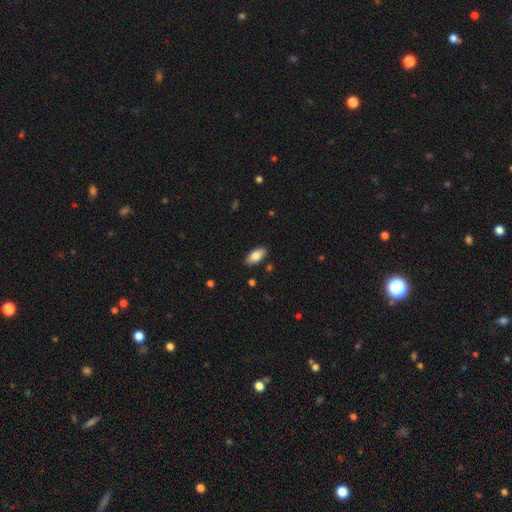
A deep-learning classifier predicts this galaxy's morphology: smooth_or_featured: smooth (p=0.82) [alt: featured or disk p=0.12]
how_rounded: in between (p=0.90) [alt: cigar-shaped p=0.08]
merging: none (p=0.88) [alt: minor disturbance p=0.09]